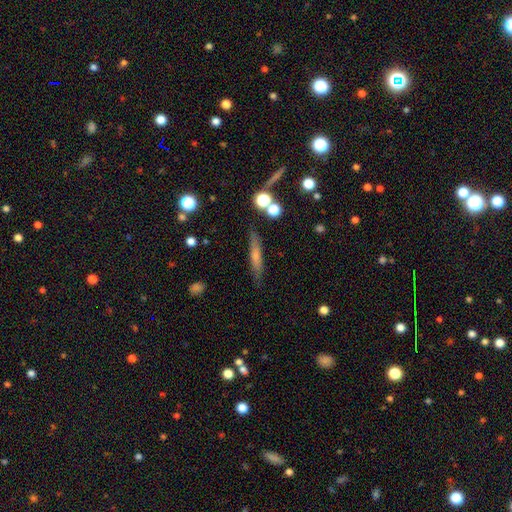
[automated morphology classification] This appears to be a smooth galaxy with no disk features (59%) that is cigar-shaped (86%). Merging: none (81%).